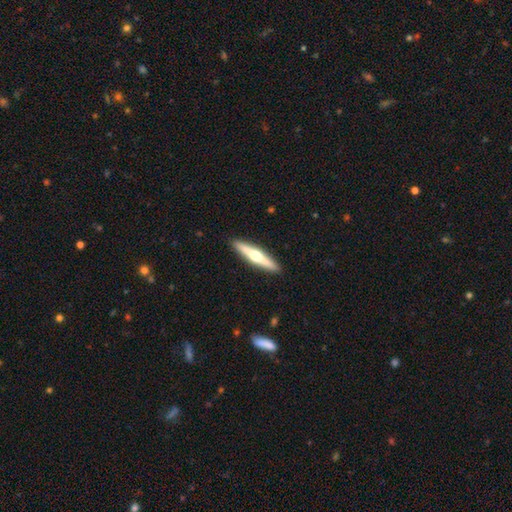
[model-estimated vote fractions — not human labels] smooth-or-featured: featured or disk: 62% | smooth: 34% | star or artifact: 5%
  disk-edge-on: yes: 97% | no: 3%
    edge-on-bulge: rounded: 94% | none: 4% | boxy: 3%
  merging: none: 92% | minor disturbance: 6% | major disturbance: 1% | merger: 1%